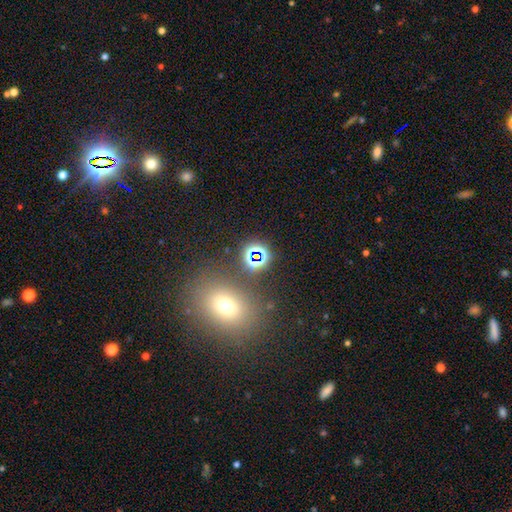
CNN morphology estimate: Smooth or featured? Predicted: star or artifact (p=0.56).